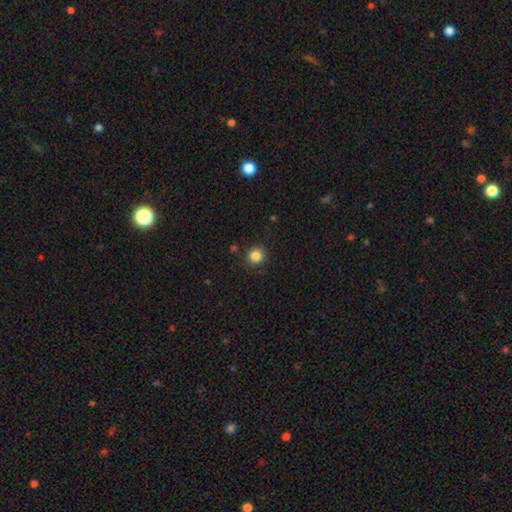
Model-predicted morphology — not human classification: type=smooth (84%); roundness=round (92%); merging=none (88%).